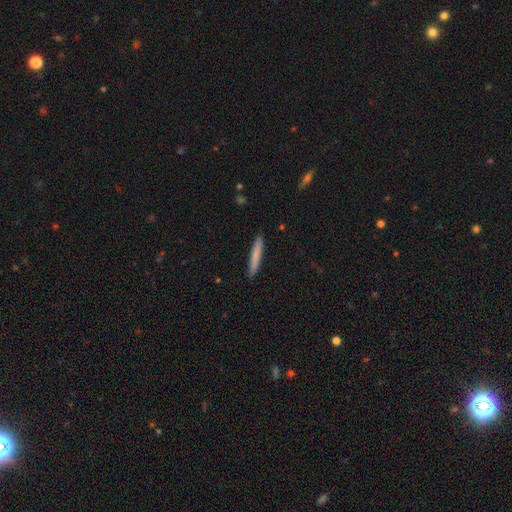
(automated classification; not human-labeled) This appears to be a smooth galaxy with no disk features (77%) that is cigar-shaped (96%). Merging: none (91%).